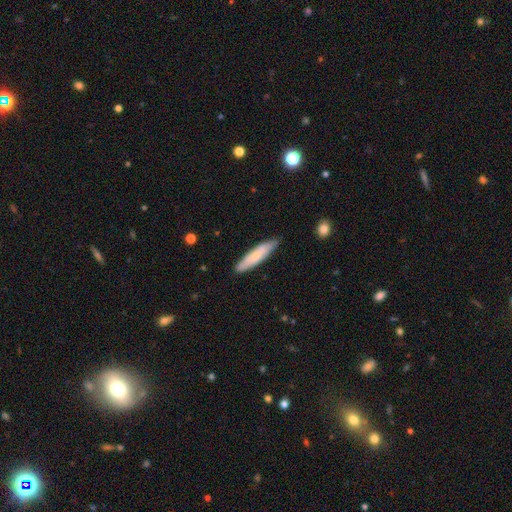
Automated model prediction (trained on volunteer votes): A smooth galaxy with no disk features (64%) that is cigar-shaped (80%). Merging: none (82%).